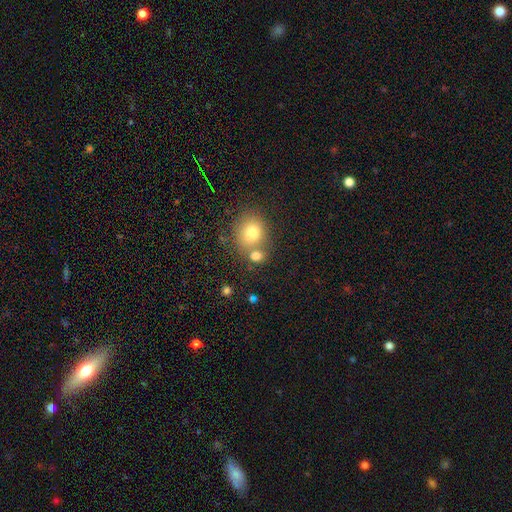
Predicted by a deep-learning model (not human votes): Smooth or featured? Predicted: smooth (p=0.77). How rounded? Predicted: round (p=0.67). Merging? Predicted: none (p=0.52).